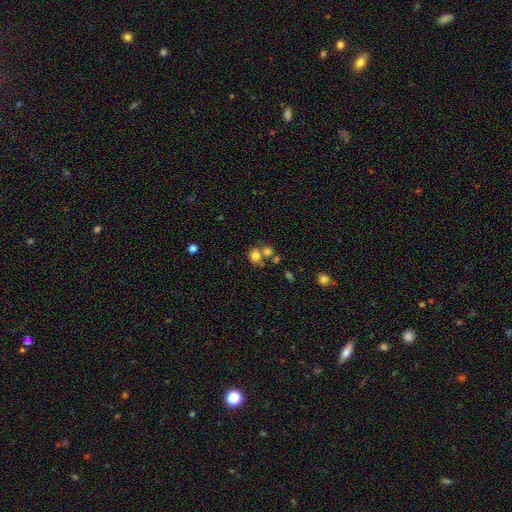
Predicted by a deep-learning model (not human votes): This is likely a smooth galaxy (77%). How rounded: likely round (73%). Merging: possibly none (46%).